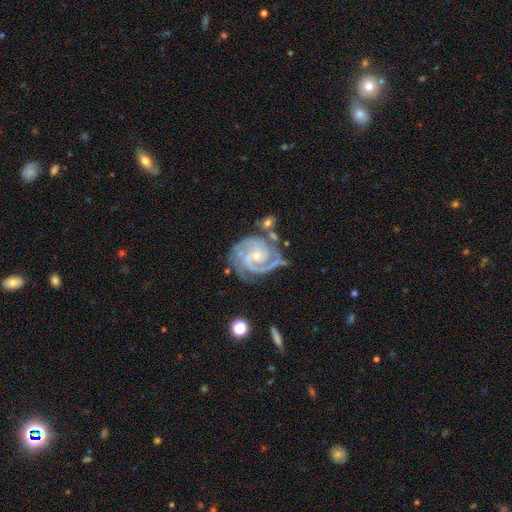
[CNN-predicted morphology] Smooth or featured: featured or disk — 92% (star or artifact — 4%)
Edge-on disk: no — 98% (yes — 2%)
Bar: no — 64% (weak — 28%)
Spiral arms: yes — 98% (no — 2%)
Spiral winding: tight — 68% (medium — 29%)
Spiral arm count: 2 — 48% (3 — 31%)
Bulge size: small — 73% (moderate — 21%)
Merging: none — 62% (minor disturbance — 22%)